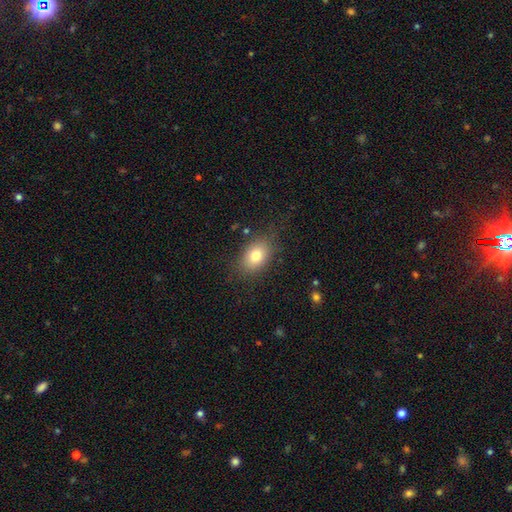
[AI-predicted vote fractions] smooth 78%, featured or disk 12%, star or artifact 10%. Down the decision tree: how rounded — in between (76%); merging — none (81%).